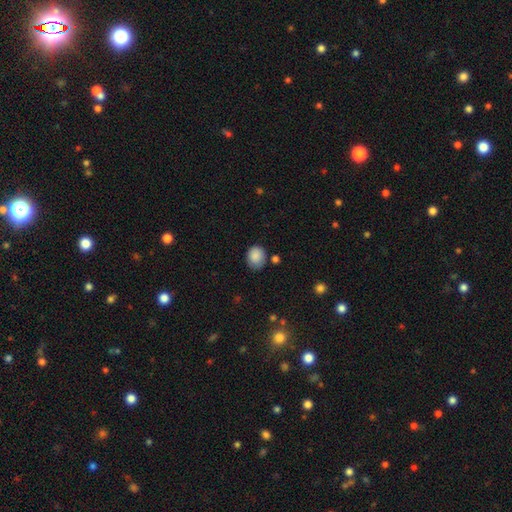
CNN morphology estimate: A smooth galaxy with no disk features (87%) that is round (56%). Merging: none (72%).